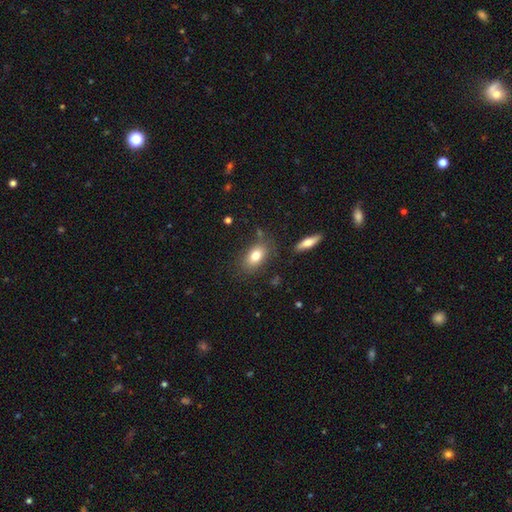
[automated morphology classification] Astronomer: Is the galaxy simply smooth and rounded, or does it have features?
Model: smooth — 79%.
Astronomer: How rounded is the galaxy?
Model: in between — 86%.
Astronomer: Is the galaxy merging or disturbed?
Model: none — 78%.